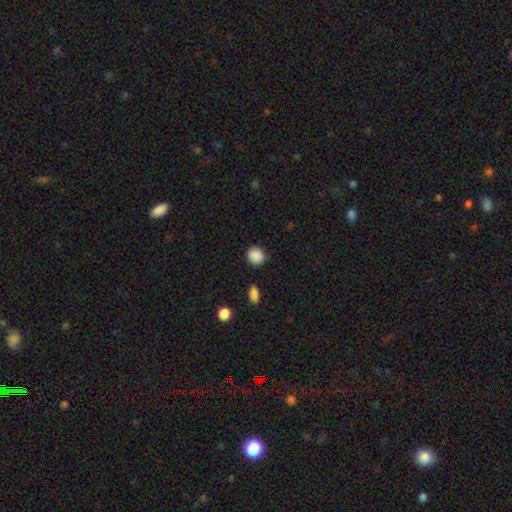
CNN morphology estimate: Smooth or featured? smooth (88%)
How rounded? round (81%)
Merging? none (84%)